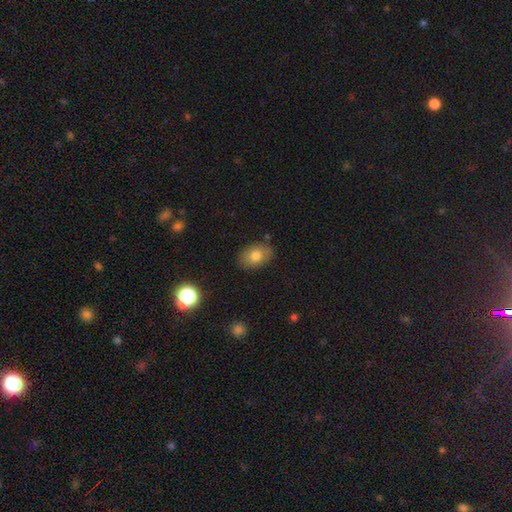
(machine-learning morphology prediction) smooth_or_featured: smooth (p=0.77) [alt: featured or disk p=0.14]
how_rounded: in between (p=0.79) [alt: round p=0.20]
merging: none (p=0.83) [alt: minor disturbance p=0.12]